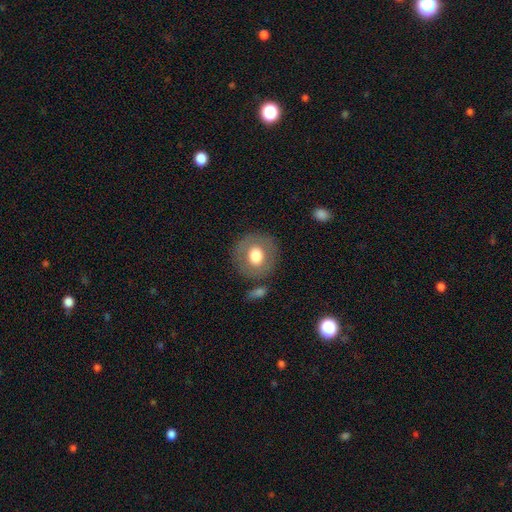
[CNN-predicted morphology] A smooth galaxy with no disk features (65%) that is round (90%).

Vote fractions:
- Smooth or featured? smooth: 65% / featured or disk: 28% / star or artifact: 8%
- How rounded? round: 90% / in between: 9% / cigar-shaped: 1%
- Merging? none: 81% / minor disturbance: 10% / major disturbance: 4% / merger: 4%